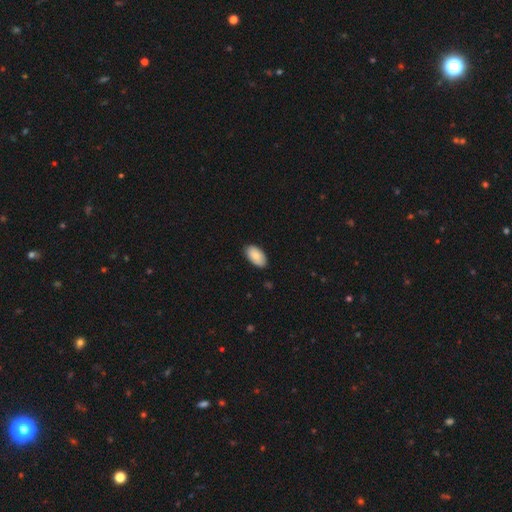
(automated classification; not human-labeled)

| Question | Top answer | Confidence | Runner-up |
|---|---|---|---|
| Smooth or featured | smooth | 85% | featured or disk (9%) |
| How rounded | in between | 95% | round (3%) |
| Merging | none | 86% | minor disturbance (11%) |